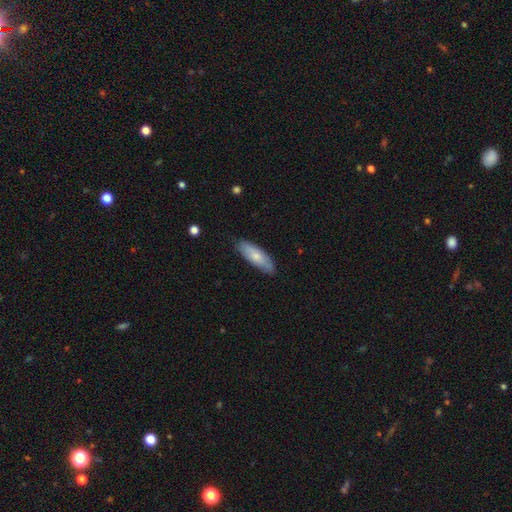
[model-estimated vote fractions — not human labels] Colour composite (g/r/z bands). It shows a smooth galaxy with no disk features (70%) that is in between round and cigar-shaped (59%). Merging: none (82%).